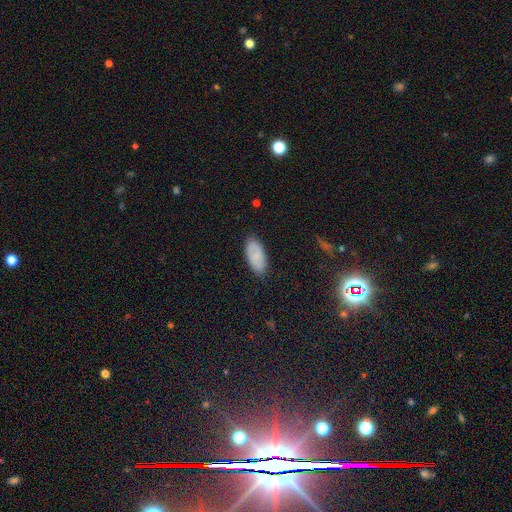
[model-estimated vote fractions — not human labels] Smooth or featured?
  - smooth: 76% *
  - featured or disk: 15%
  - star or artifact: 9%
How rounded?
  - in between: 92% *
  - cigar-shaped: 5%
  - round: 2%
Merging?
  - none: 86% *
  - minor disturbance: 11%
  - major disturbance: 2%
  - merger: 1%